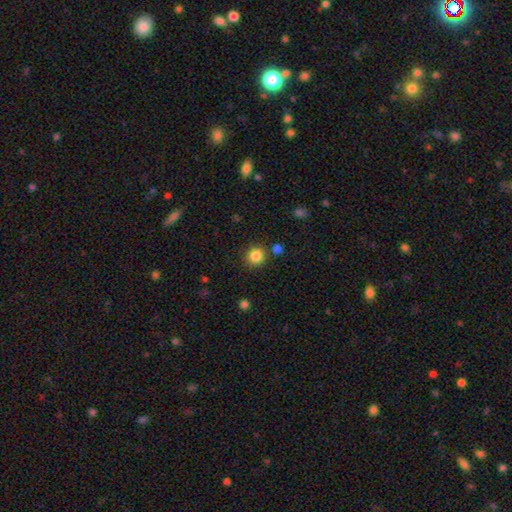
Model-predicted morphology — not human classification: Smooth or featured?
  - smooth: 85% *
  - star or artifact: 11%
  - featured or disk: 4%
How rounded?
  - round: 92% *
  - in between: 7%
  - cigar-shaped: 1%
Merging?
  - none: 84% *
  - minor disturbance: 8%
  - merger: 5%
  - major disturbance: 3%